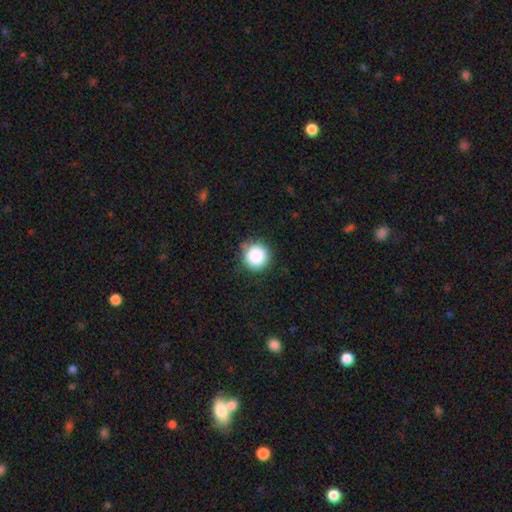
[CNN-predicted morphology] Smooth or featured?
  - smooth: 86% *
  - star or artifact: 10%
  - featured or disk: 4%
How rounded?
  - round: 95% *
  - in between: 4%
  - cigar-shaped: 1%
Merging?
  - none: 86% *
  - minor disturbance: 10%
  - major disturbance: 3%
  - merger: 1%